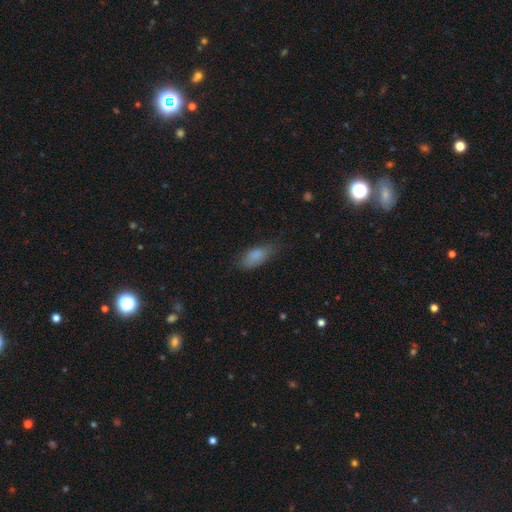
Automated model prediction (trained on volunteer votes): This appears to be a smooth galaxy with no disk features (84%) that is in between round and cigar-shaped (84%). Merging: none (61%).